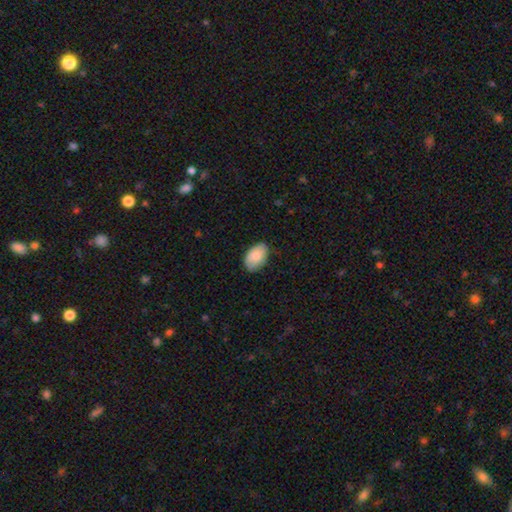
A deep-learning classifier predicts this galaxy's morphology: smooth-or-featured: smooth: 86% | featured or disk: 8% | star or artifact: 6%
  how-rounded: in between: 91% | round: 7% | cigar-shaped: 1%
  merging: none: 76% | minor disturbance: 20% | major disturbance: 3% | merger: 1%